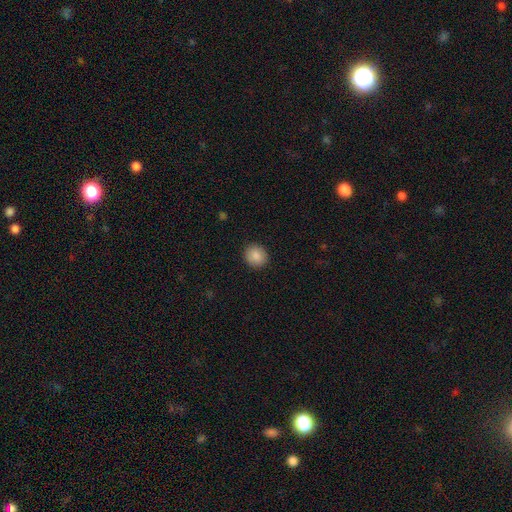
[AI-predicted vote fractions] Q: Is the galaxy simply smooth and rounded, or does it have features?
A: smooth — 87%.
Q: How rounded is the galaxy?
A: round — 85%.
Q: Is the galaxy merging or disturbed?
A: none — 91%.